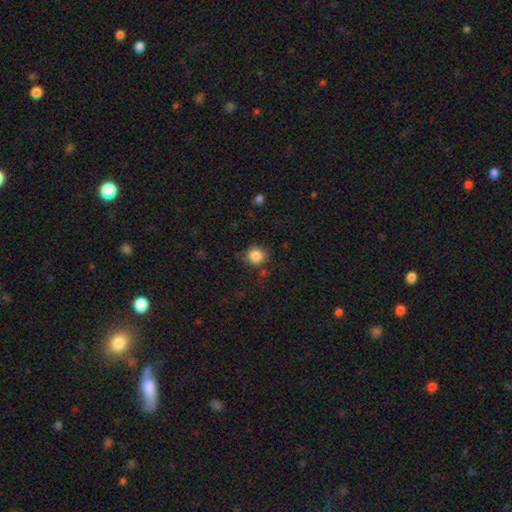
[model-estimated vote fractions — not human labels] smooth 85%, star or artifact 10%, featured or disk 5%. Down the decision tree: how rounded — round (86%); merging — none (78%).